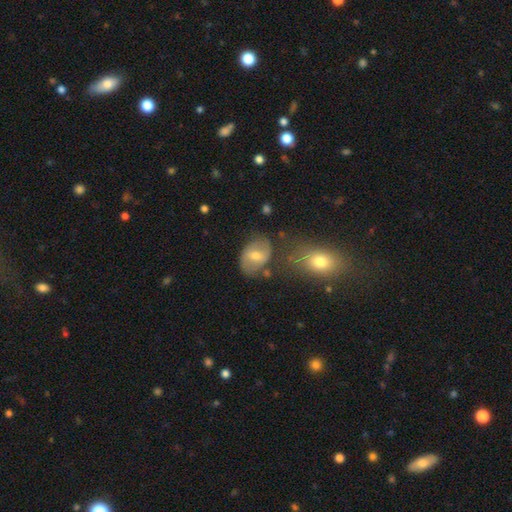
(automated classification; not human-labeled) Q: Smooth or featured?
A: featured or disk (47%); runner-up: smooth (45%)
Q: Merging?
A: none (63%); runner-up: minor disturbance (19%)